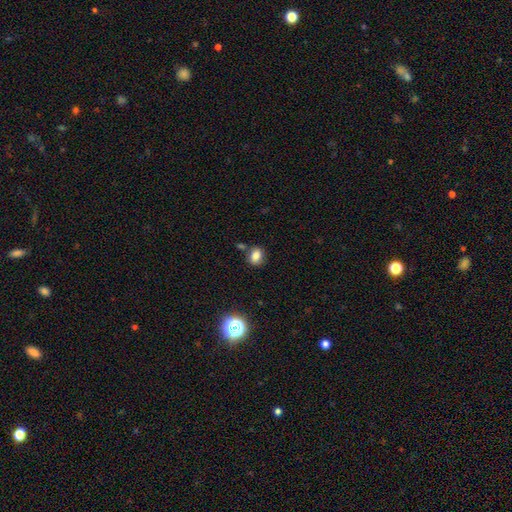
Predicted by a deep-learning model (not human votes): Overall: smooth (81%). How rounded: in between (58%; round 41%). Merging: none (74%).